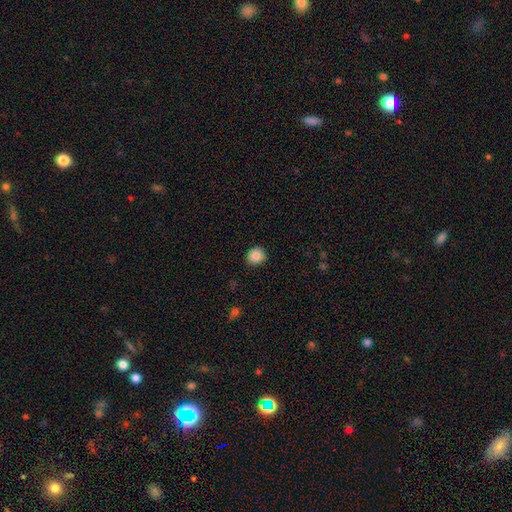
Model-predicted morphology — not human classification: Overall: smooth (87%). How rounded: round (84%). Merging: none (87%).